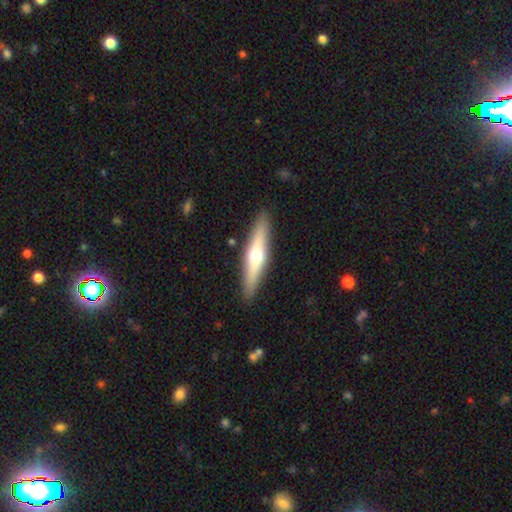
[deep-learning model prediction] smooth-or-featured: featured or disk: 52% | smooth: 43% | star or artifact: 5%
  disk-edge-on: yes: 91% | no: 9%
  merging: none: 90% | minor disturbance: 7% | major disturbance: 2% | merger: 1%